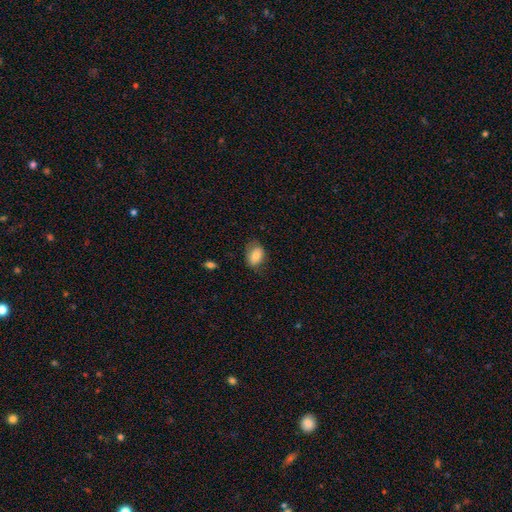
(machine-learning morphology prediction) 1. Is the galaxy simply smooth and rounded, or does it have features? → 78% smooth, 14% featured or disk, 8% star or artifact.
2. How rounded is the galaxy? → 80% in between, 19% round, 1% cigar-shaped.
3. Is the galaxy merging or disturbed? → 65% none, 25% minor disturbance, 8% major disturbance, 1% merger.